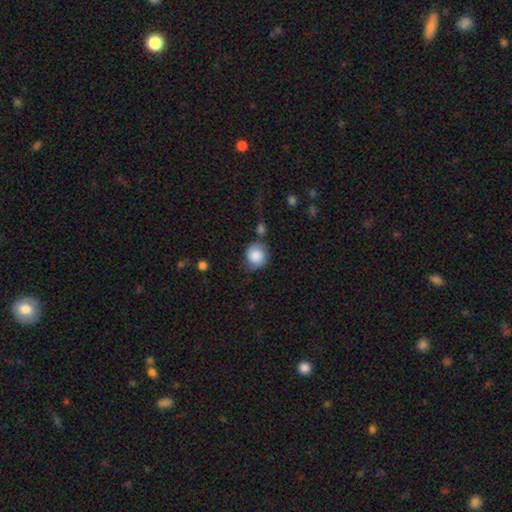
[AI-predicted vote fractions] Smooth or featured?
  - smooth: 72% *
  - featured or disk: 20%
  - star or artifact: 8%
How rounded?
  - round: 84% *
  - in between: 15%
  - cigar-shaped: 1%
Merging?
  - none: 60% *
  - minor disturbance: 24%
  - major disturbance: 10%
  - merger: 6%